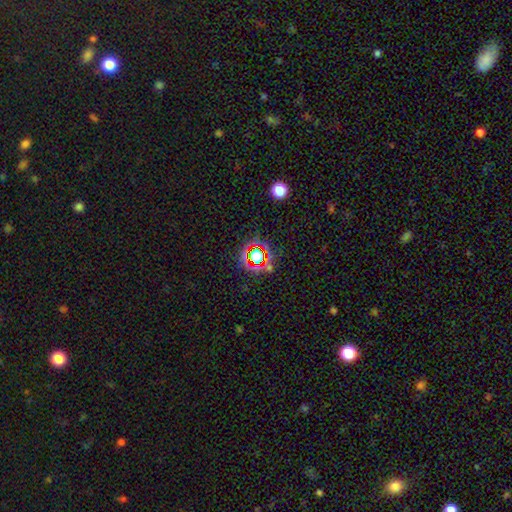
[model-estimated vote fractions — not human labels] This appears to be a star or artifact, not a galaxy (67%).